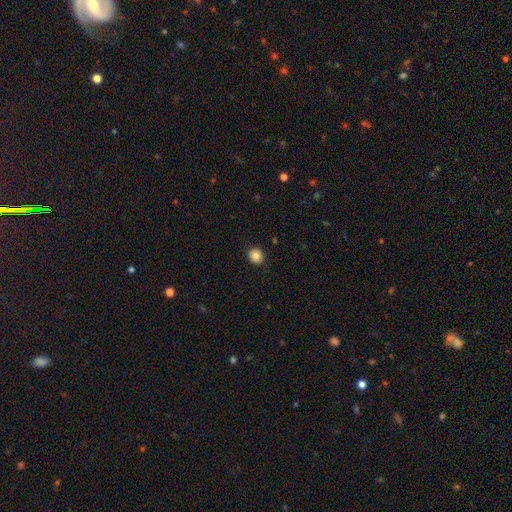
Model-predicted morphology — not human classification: smooth-or-featured: smooth: 84% | star or artifact: 9% | featured or disk: 7%
  how-rounded: round: 71% | in between: 28% | cigar-shaped: 1%
  merging: none: 89% | minor disturbance: 8% | major disturbance: 2% | merger: 1%